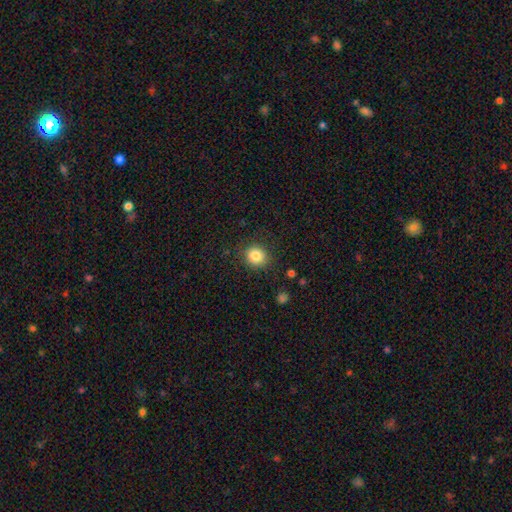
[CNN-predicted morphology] Smooth or featured? smooth (83%)
How rounded? round (84%)
Merging? none (86%)